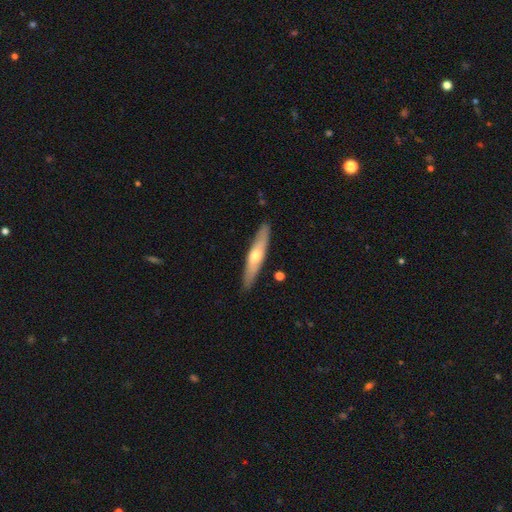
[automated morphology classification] Smooth or featured? Predicted: featured or disk (p=0.50). Edge-on disk? Predicted: yes (p=0.82). Merging? Predicted: none (p=0.88).